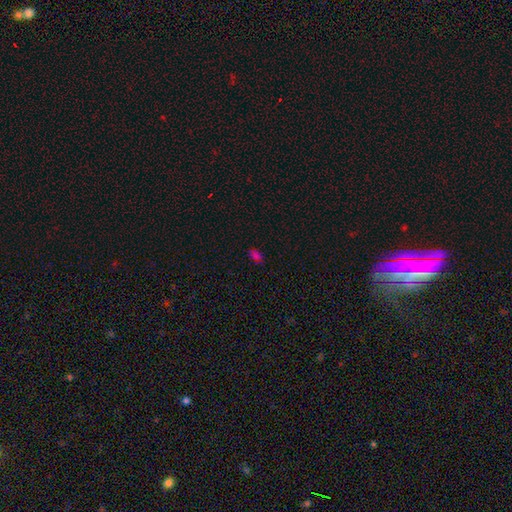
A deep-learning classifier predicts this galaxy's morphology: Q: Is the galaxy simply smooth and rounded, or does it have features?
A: smooth — 66%.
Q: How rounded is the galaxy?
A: in between — 87%.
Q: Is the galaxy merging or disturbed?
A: none — 78%.